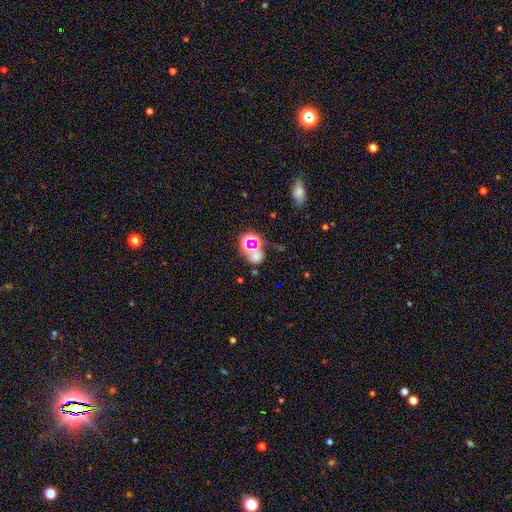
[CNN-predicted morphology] Smooth or featured?
  - smooth: 42% *
  - star or artifact: 39%
  - featured or disk: 20%
Merging?
  - none: 43% *
  - merger: 35%
  - minor disturbance: 12%
  - major disturbance: 10%